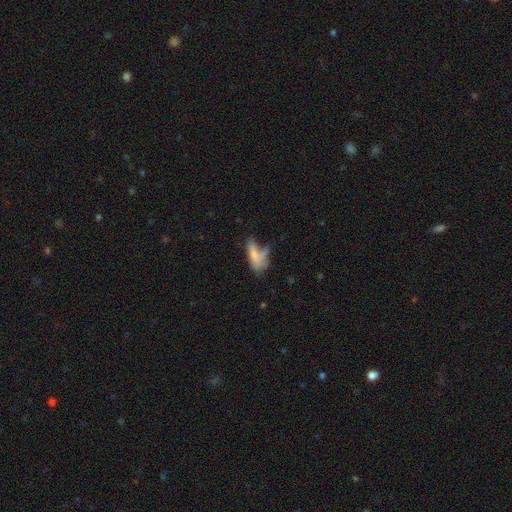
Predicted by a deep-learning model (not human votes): Morphology: type=smooth (70%); roundness=in between (57%); merging=none (34%).